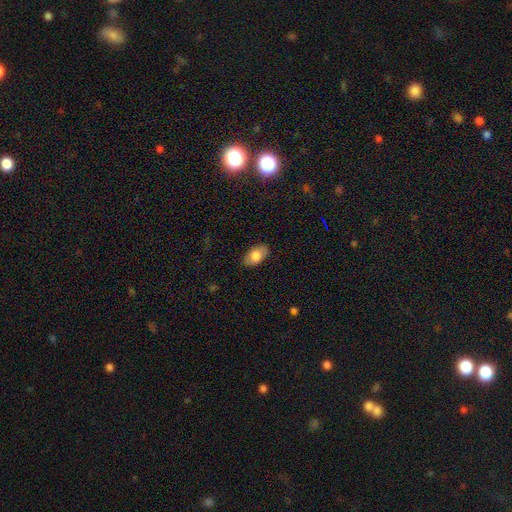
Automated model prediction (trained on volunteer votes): Smooth or featured? Predicted: smooth (p=0.76). How rounded? Predicted: in between (p=0.93). Merging? Predicted: none (p=0.85).